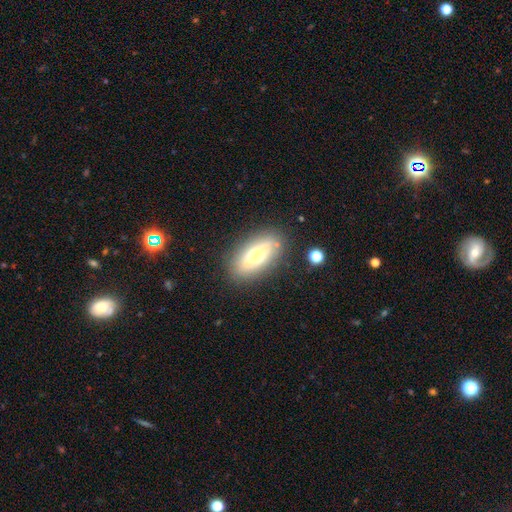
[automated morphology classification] Smooth or featured: smooth — 69% (featured or disk — 22%)
How rounded: in between — 79% (cigar-shaped — 17%)
Merging: none — 80% (minor disturbance — 13%)